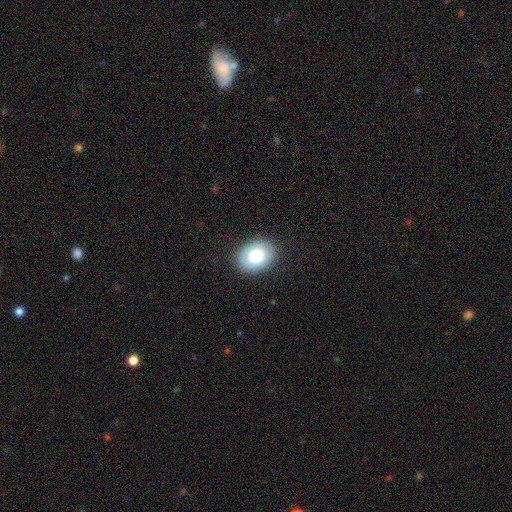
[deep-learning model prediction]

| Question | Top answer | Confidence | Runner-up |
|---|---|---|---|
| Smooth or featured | smooth | 74% | featured or disk (17%) |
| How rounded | in between | 61% | round (38%) |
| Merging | none | 87% | minor disturbance (9%) |